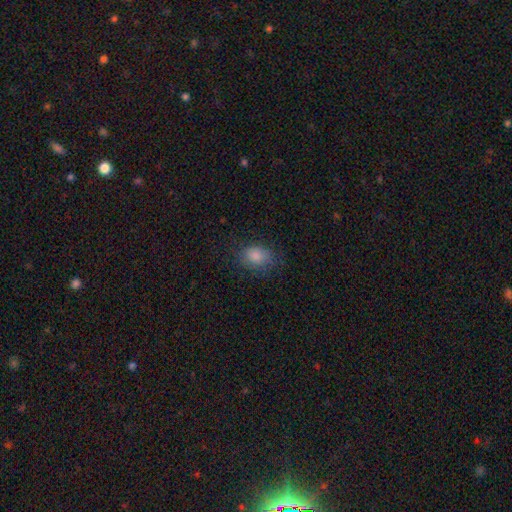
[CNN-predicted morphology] Smooth or featured? Predicted: smooth (p=0.81). How rounded? Predicted: in between (p=0.68). Merging? Predicted: none (p=0.75).